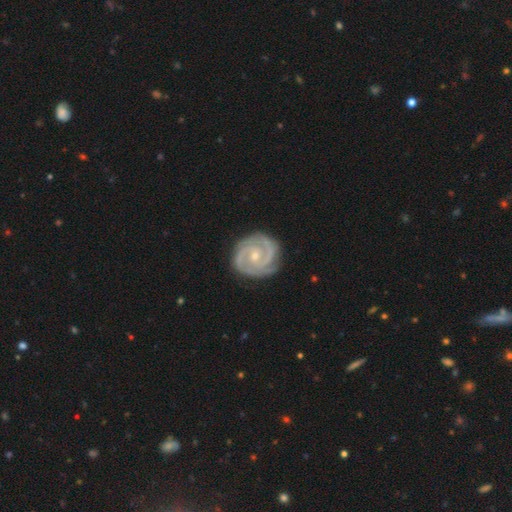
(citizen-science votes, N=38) A featured or disk galaxy (89%) with no bar (62%), 2 (45%) tight (64%) spiral arms (97%) and a small central bulge (62%). Merging: none (92%).